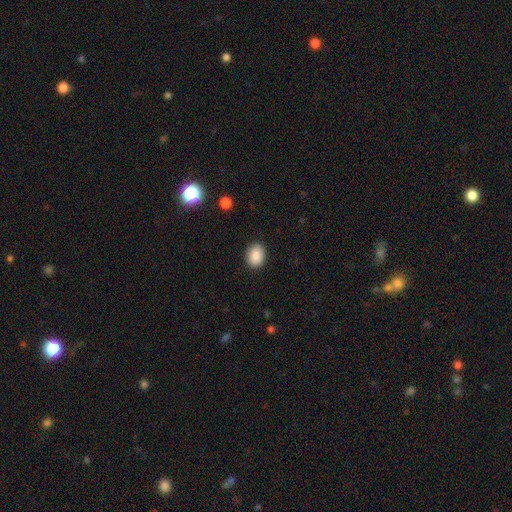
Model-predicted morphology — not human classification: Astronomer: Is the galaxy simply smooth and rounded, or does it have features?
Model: smooth — 89%.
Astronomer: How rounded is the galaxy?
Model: in between — 68%.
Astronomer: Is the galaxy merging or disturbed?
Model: none — 89%.